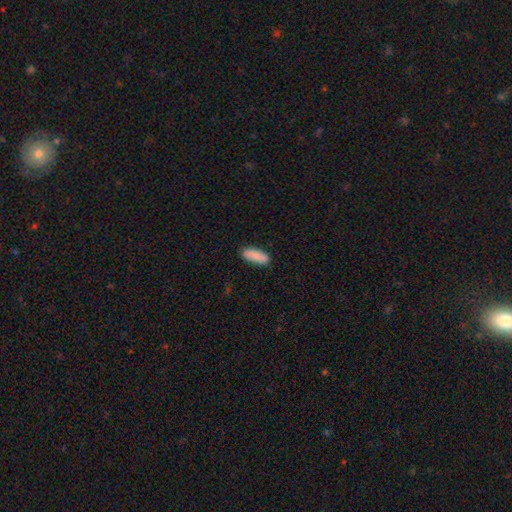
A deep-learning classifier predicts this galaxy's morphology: smooth 87%, featured or disk 6%, star or artifact 6%. Down the decision tree: how rounded — in between (67%); merging — none (84%).